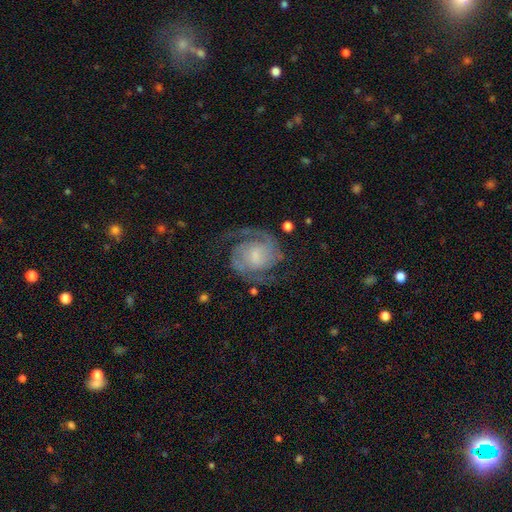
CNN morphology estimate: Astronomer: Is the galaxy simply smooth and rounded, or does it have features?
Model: featured or disk — 90%.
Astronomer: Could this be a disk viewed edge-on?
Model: no — 98%.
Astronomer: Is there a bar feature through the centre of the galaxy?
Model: no — 52% (runner-up: weak, 38%).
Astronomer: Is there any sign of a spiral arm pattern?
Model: yes — 98%.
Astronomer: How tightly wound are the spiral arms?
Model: medium — 51% (runner-up: tight, 36%).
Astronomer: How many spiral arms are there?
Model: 2 — 91%.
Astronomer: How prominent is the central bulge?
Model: small — 43% (runner-up: moderate, 27%).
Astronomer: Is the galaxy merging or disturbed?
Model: none — 75%.